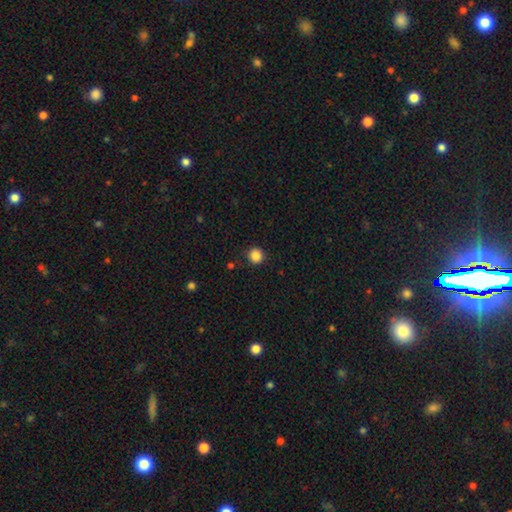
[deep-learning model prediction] Smooth or featured? Predicted: smooth (p=0.86). How rounded? Predicted: round (p=0.92). Merging? Predicted: none (p=0.90).